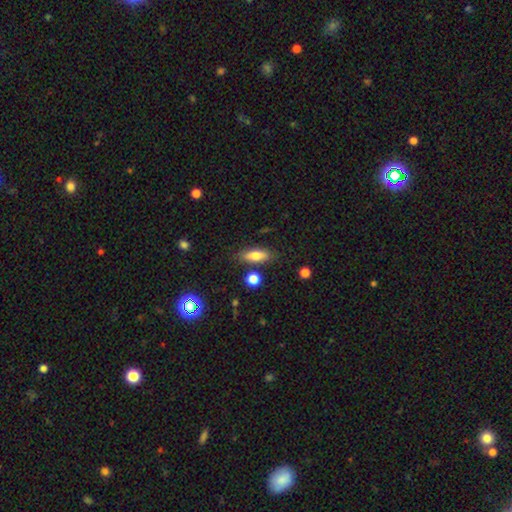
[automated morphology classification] Overall: smooth (73%). How rounded: in between (65%; cigar-shaped 31%). Merging: none (80%).